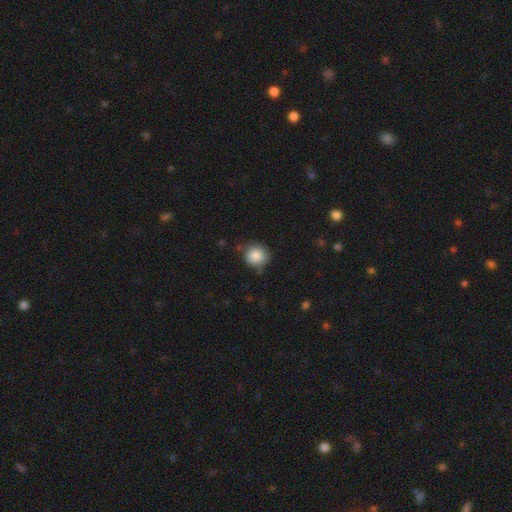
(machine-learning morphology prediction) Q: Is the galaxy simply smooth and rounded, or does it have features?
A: smooth — 86%.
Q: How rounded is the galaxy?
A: round — 90%.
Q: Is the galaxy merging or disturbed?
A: none — 78%.